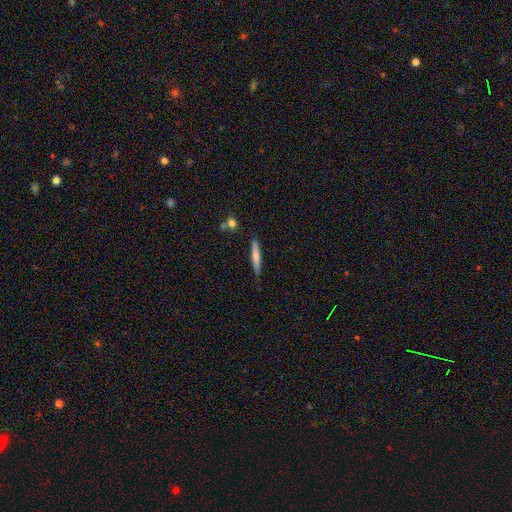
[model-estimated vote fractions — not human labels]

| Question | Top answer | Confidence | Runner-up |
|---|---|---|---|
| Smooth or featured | smooth | 63% | featured or disk (31%) |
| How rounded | cigar-shaped | 92% | in between (6%) |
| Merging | none | 85% | minor disturbance (11%) |